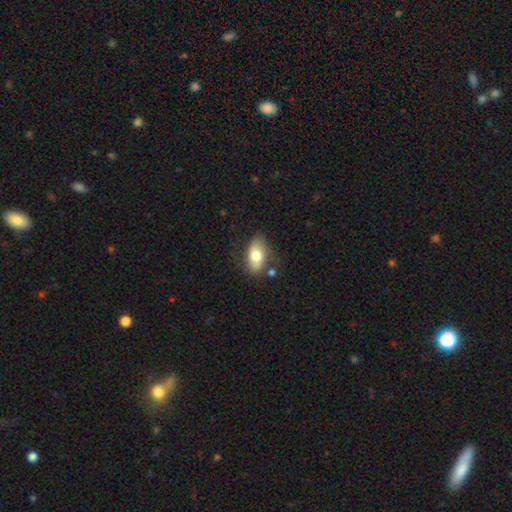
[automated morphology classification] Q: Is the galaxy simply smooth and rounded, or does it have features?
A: smooth — 70%.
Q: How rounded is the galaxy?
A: in between — 89%.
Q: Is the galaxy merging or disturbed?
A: none — 68%.